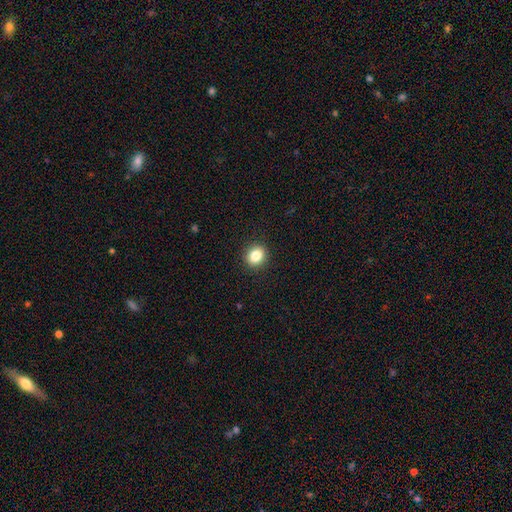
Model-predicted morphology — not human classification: type=smooth (85%); roundness=round (66%); merging=none (91%).